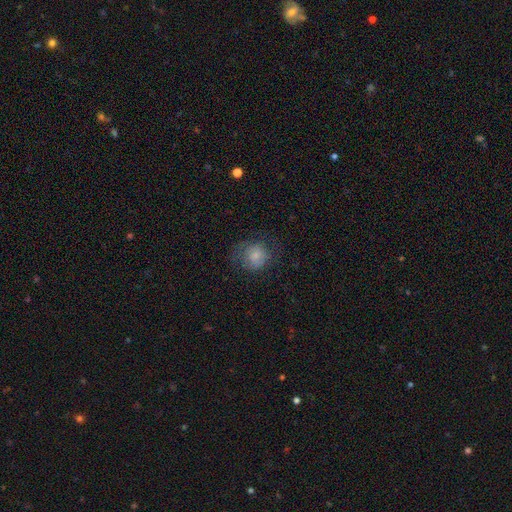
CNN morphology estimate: This is likely a smooth galaxy (72%). How rounded: clearly round (82%). Merging: likely none (60%).